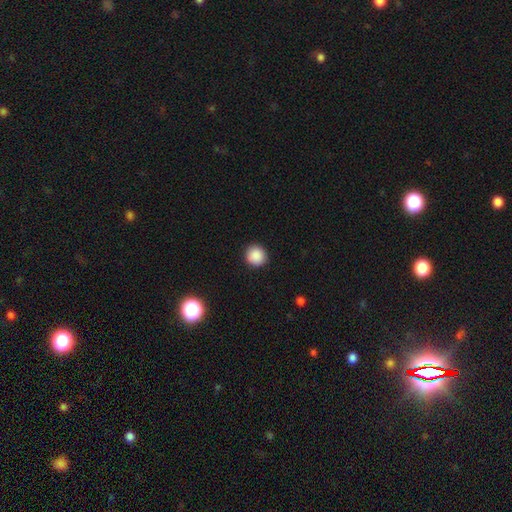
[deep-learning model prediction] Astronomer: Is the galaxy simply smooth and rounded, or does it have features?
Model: smooth — 88%.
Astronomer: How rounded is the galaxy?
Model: round — 94%.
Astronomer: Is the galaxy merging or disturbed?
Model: none — 92%.